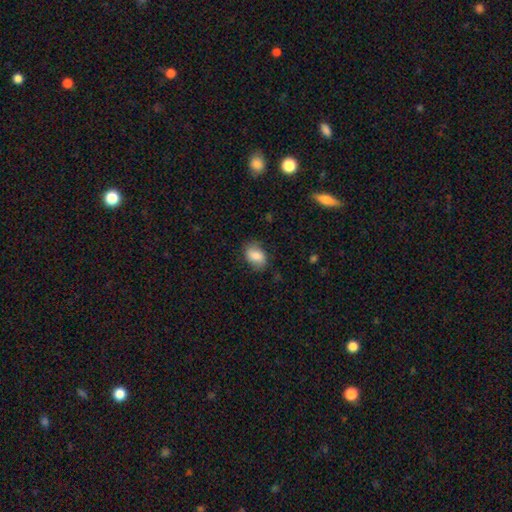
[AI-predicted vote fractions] This is likely a smooth galaxy (79%). How rounded: likely in between (80%). Merging: likely none (74%).